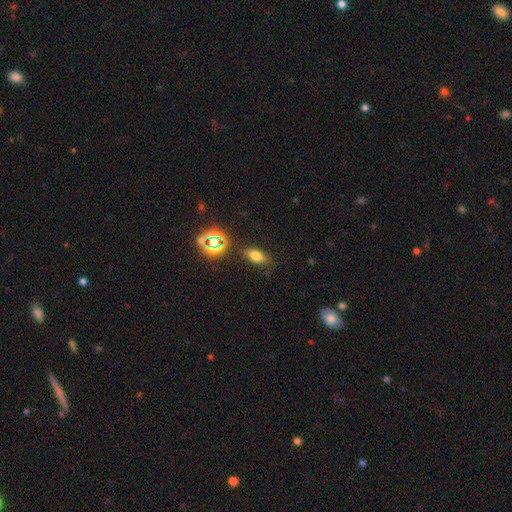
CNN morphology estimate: smooth-or-featured: smooth: 69% | star or artifact: 19% | featured or disk: 13%
  how-rounded: in between: 77% | cigar-shaped: 14% | round: 9%
  merging: none: 83% | minor disturbance: 12% | major disturbance: 3% | merger: 2%